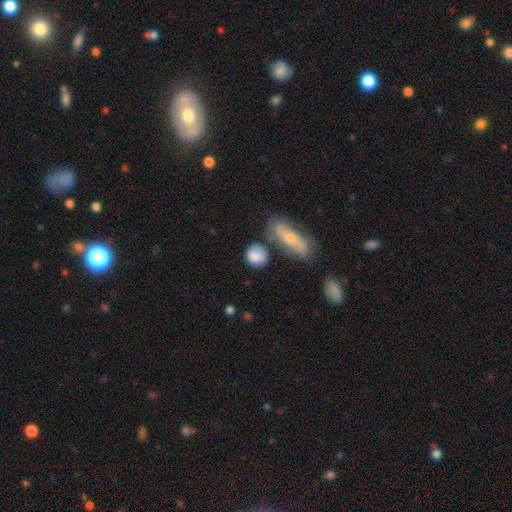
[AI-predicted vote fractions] Smooth or featured: smooth — 83% (featured or disk — 10%)
How rounded: round — 69% (in between — 27%)
Merging: none — 64% (minor disturbance — 18%)